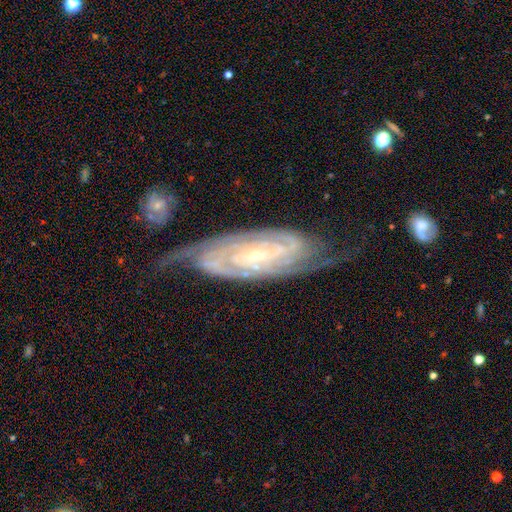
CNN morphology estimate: Smooth or featured? featured or disk (90%)
Edge-on disk? no (93%)
Bar? weak (39%)
Spiral arms? yes (98%)
Spiral winding? tight (69%)
Spiral arm count? 2 (45%)
Bulge size? small (78%)
Merging? none (58%)